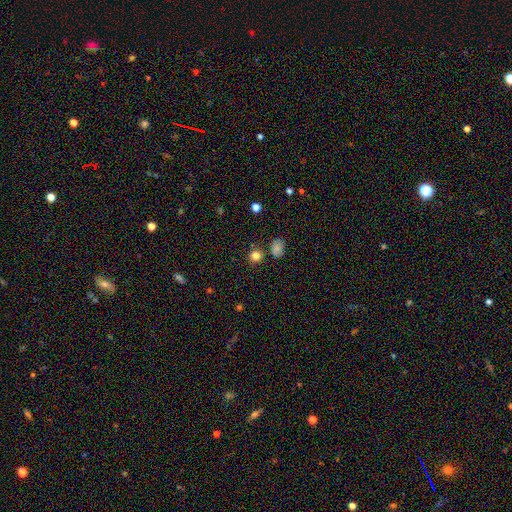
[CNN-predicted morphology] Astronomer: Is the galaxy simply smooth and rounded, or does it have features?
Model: smooth — 81%.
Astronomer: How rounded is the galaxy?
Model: round — 87%.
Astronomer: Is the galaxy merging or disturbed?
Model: none — 80%.